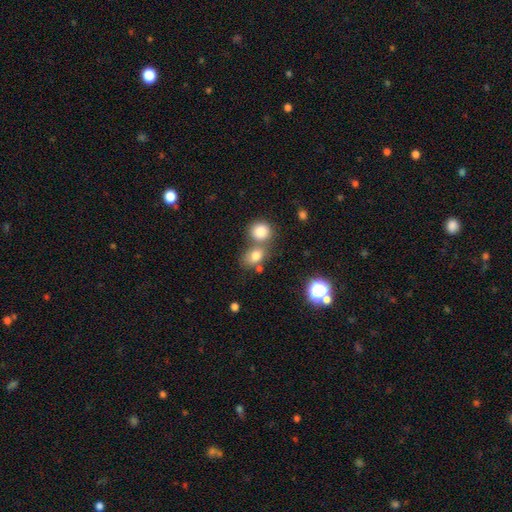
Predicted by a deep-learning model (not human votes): Smooth or featured: smooth — 77% (star or artifact — 12%)
How rounded: in between — 57% (round — 41%)
Merging: none — 46% (merger — 39%)